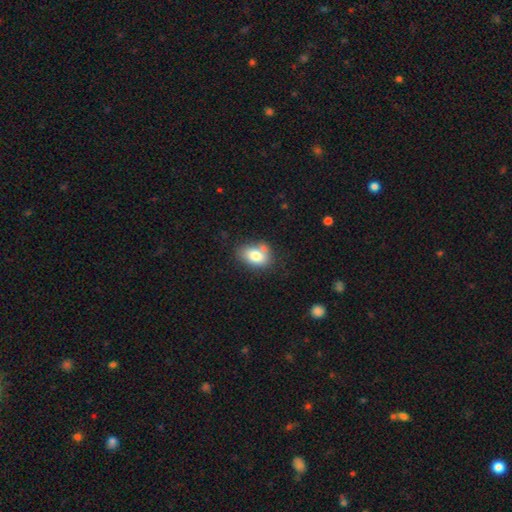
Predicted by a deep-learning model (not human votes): A smooth galaxy with no disk features (80%) that is in between round and cigar-shaped (81%).

Vote fractions:
- Smooth or featured? smooth: 80% / featured or disk: 12% / star or artifact: 8%
- How rounded? in between: 81% / round: 17% / cigar-shaped: 1%
- Merging? none: 55% / minor disturbance: 25% / merger: 14% / major disturbance: 7%